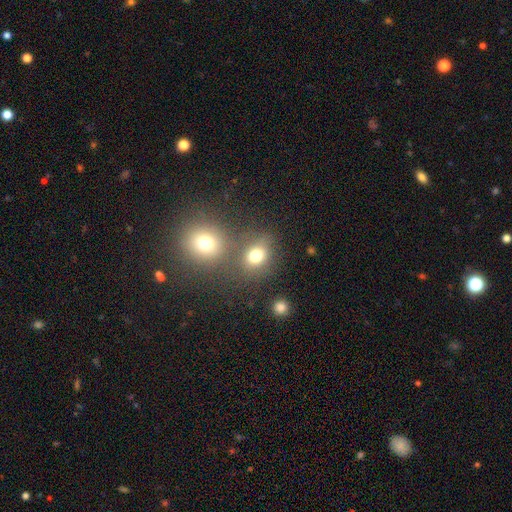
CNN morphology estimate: smooth_or_featured: smooth (p=0.76) [alt: star or artifact p=0.15]
how_rounded: round (p=0.61) [alt: in between p=0.38]
merging: none (p=0.56) [alt: merger p=0.29]